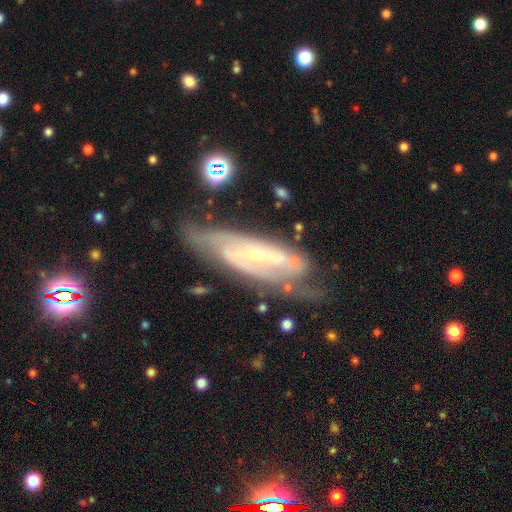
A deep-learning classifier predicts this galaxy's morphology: Smooth or featured? featured or disk (83%)
Edge-on disk? no (83%)
Bar? no (49%)
Spiral arms? yes (93%)
Spiral winding? tight (55%)
Spiral arm count? 2 (43%)
Bulge size? small (75%)
Merging? none (64%)